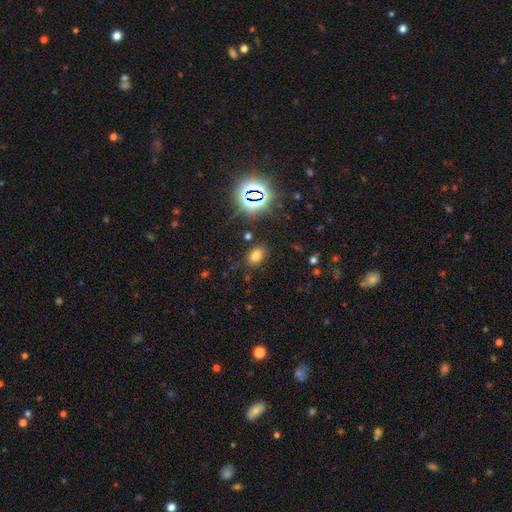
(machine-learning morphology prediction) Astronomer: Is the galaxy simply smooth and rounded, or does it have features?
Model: smooth — 68%.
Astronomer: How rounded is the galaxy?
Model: in between — 80%.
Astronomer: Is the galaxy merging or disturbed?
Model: none — 84%.